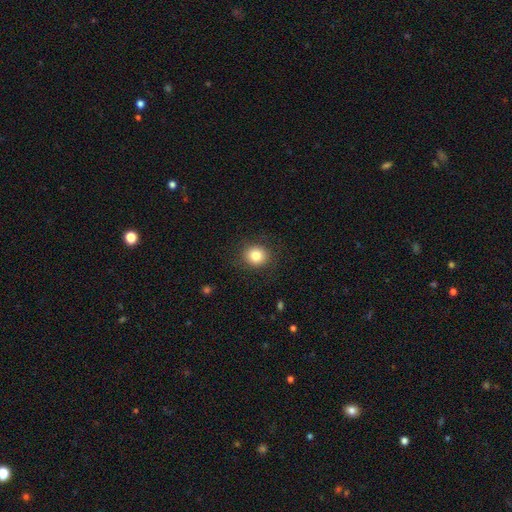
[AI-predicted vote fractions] Smooth or featured: smooth — 83% (star or artifact — 10%)
How rounded: round — 85% (in between — 14%)
Merging: none — 88% (minor disturbance — 8%)